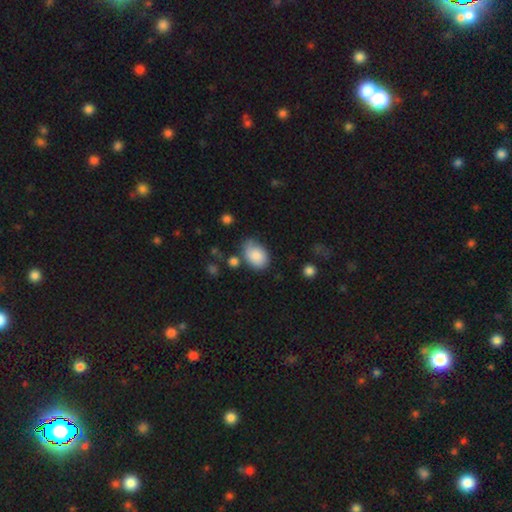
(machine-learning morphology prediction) smooth-or-featured: smooth: 85% | featured or disk: 8% | star or artifact: 7%
  how-rounded: in between: 80% | round: 19% | cigar-shaped: 1%
  merging: none: 56% | minor disturbance: 29% | major disturbance: 8% | merger: 6%